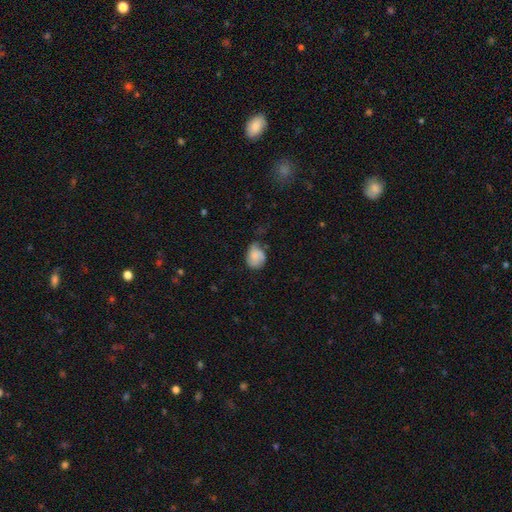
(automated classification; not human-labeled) Smooth or featured?
  - smooth: 68% *
  - featured or disk: 24%
  - star or artifact: 8%
How rounded?
  - in between: 52% *
  - round: 47%
  - cigar-shaped: 1%
Merging?
  - none: 43% *
  - minor disturbance: 39%
  - major disturbance: 16%
  - merger: 3%